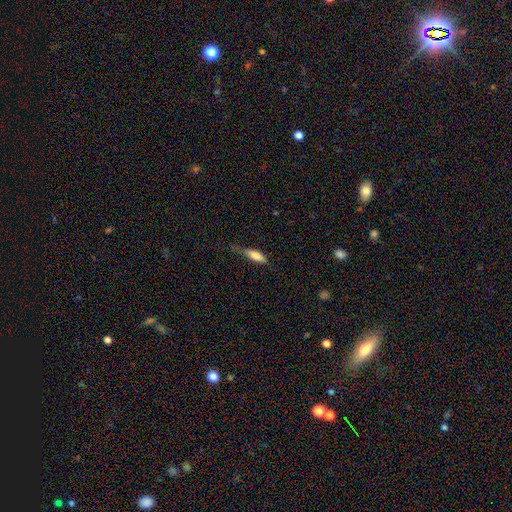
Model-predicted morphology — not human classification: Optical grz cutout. It shows a smooth galaxy with no disk features (77%) that is in between round and cigar-shaped (50%). Merging: none (46%).